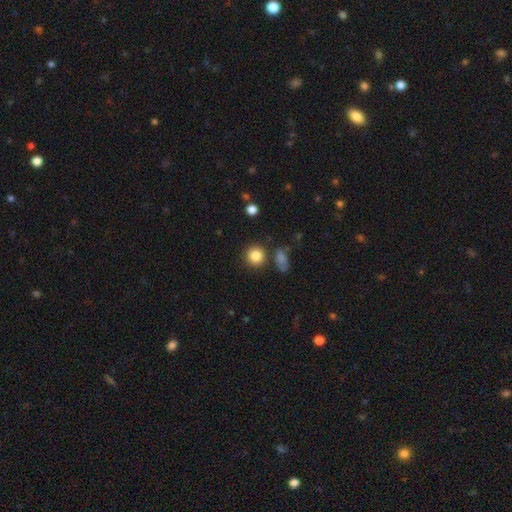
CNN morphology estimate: Smooth or featured? smooth (84%)
How rounded? round (90%)
Merging? none (82%)